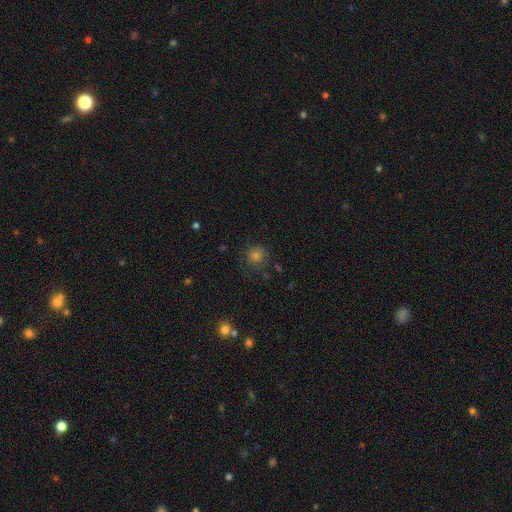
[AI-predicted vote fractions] The model was most divided on "smooth or featured": smooth: 63%, star or artifact: 25%, featured or disk: 12%. More confident: how rounded — round (91%); merging — none (80%).